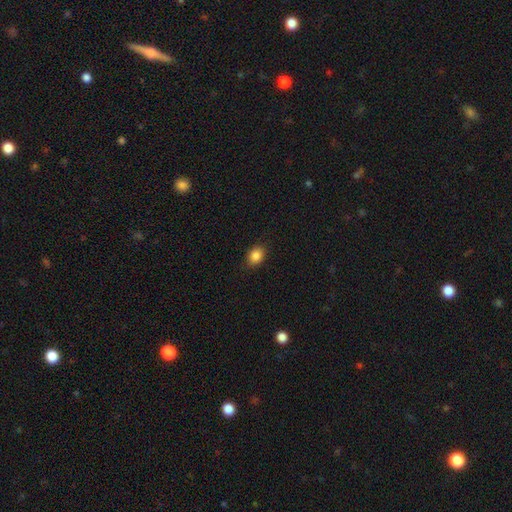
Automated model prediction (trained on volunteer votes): Smooth or featured? smooth (86%)
How rounded? in between (60%)
Merging? none (85%)